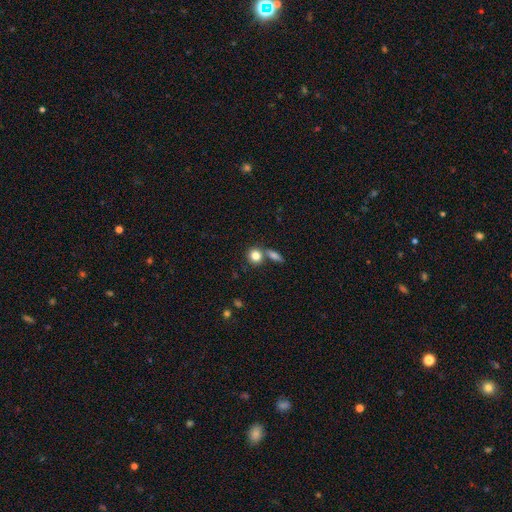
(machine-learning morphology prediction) smooth_or_featured: smooth (p=0.81) [alt: star or artifact p=0.09]
how_rounded: round (p=0.79) [alt: in between p=0.18]
merging: none (p=0.60) [alt: merger p=0.27]